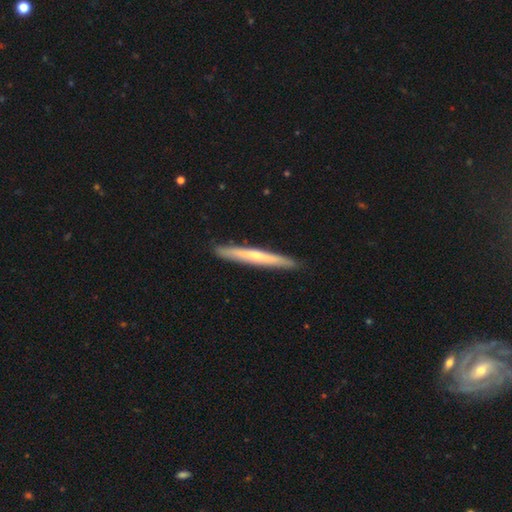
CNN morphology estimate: type=featured or disk (60%); edge-on=yes (95%); edge-on bulge=rounded (59%); merging=none (90%).